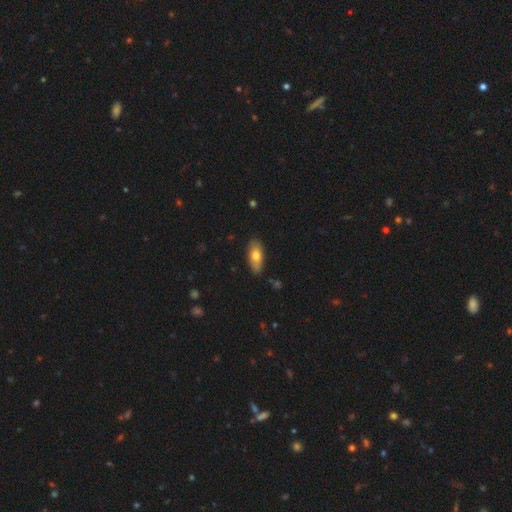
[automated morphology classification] smooth-or-featured: smooth: 71% | featured or disk: 22% | star or artifact: 6%
  how-rounded: in between: 81% | cigar-shaped: 16% | round: 3%
  merging: none: 82% | minor disturbance: 14% | major disturbance: 2% | merger: 1%